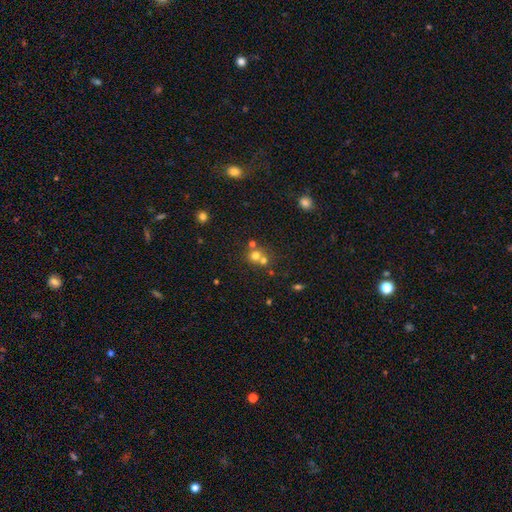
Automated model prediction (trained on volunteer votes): Smooth or featured: smooth — 66% (star or artifact — 19%)
How rounded: round — 84% (in between — 15%)
Merging: merger — 46% (none — 44%)